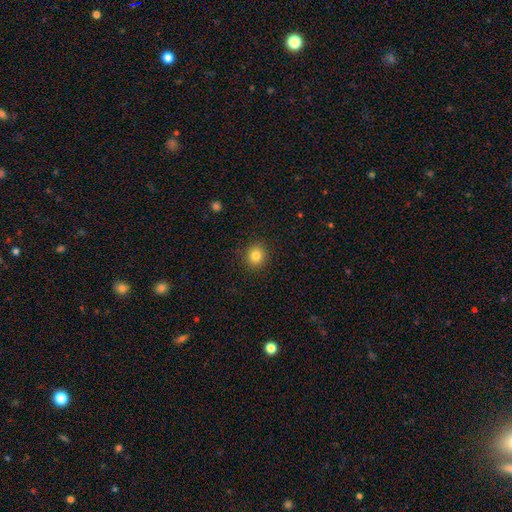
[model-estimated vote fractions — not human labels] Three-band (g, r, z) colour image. It shows a smooth galaxy with no disk features (83%) that is round (85%). Merging: none (90%).